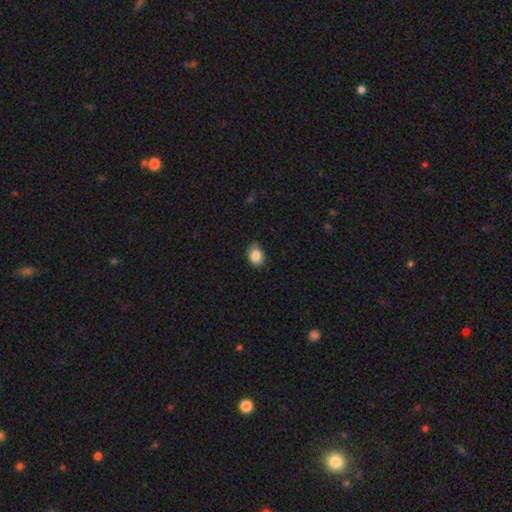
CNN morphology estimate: Smooth or featured? Predicted: smooth (p=0.86). How rounded? Predicted: in between (p=0.61). Merging? Predicted: none (p=0.77).